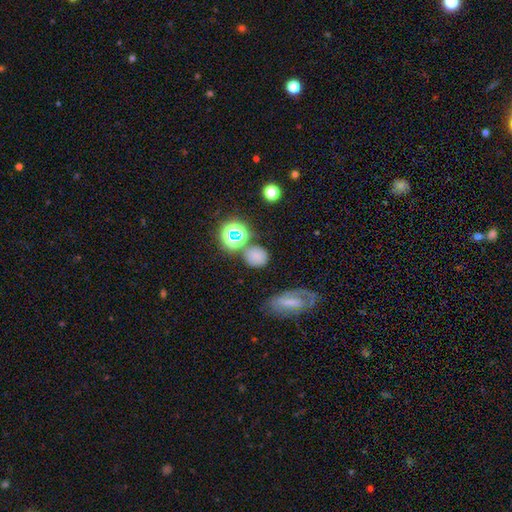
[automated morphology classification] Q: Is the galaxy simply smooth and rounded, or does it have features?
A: smooth — 70%.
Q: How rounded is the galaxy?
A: round — 80%.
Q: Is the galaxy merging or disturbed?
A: none — 73%.